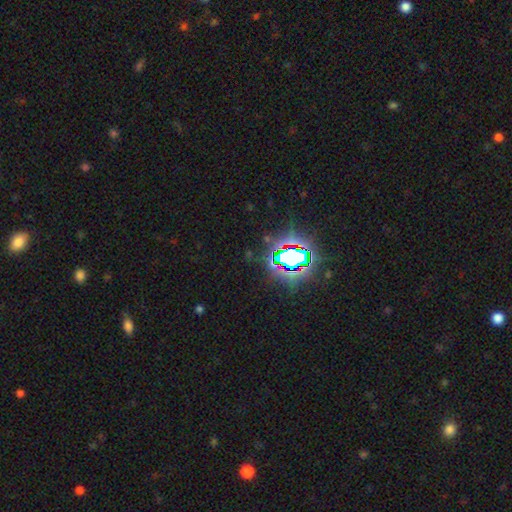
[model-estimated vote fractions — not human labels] Overall: star or artifact (79%).